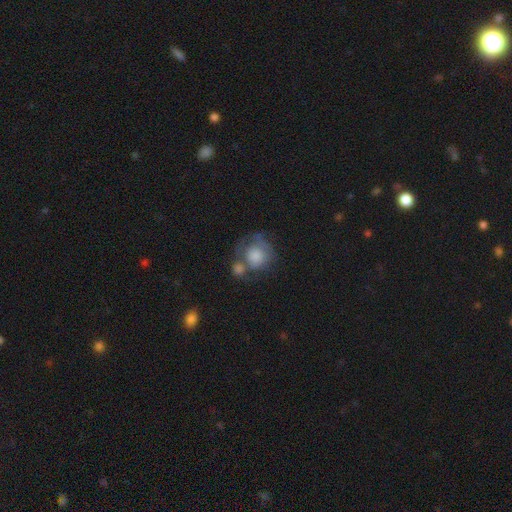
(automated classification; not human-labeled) Smooth or featured: smooth — 70% (featured or disk — 23%)
How rounded: round — 83% (in between — 16%)
Merging: merger — 34% (none — 31%)